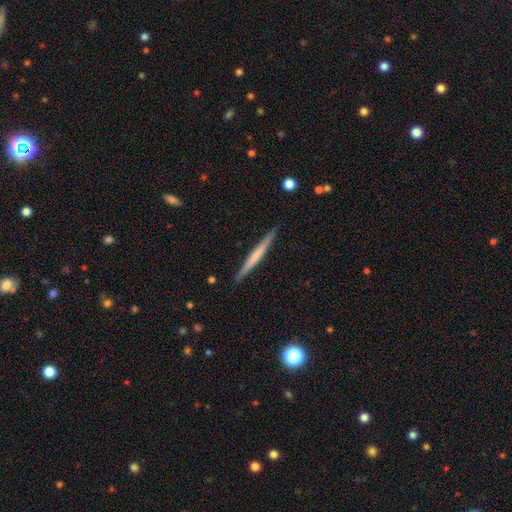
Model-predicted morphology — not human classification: Smooth or featured?
  - featured or disk: 50% *
  - smooth: 45%
  - star or artifact: 5%
Merging?
  - none: 91% *
  - minor disturbance: 7%
  - major disturbance: 1%
  - merger: 1%